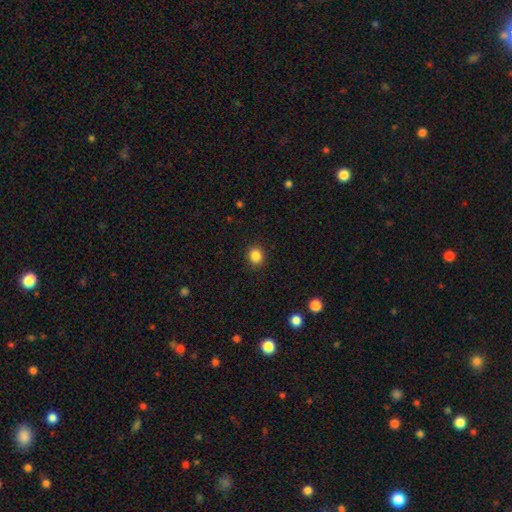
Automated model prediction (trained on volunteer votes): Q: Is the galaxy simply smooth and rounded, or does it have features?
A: smooth — 86%.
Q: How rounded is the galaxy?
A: round — 83%.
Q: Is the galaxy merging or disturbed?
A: none — 90%.